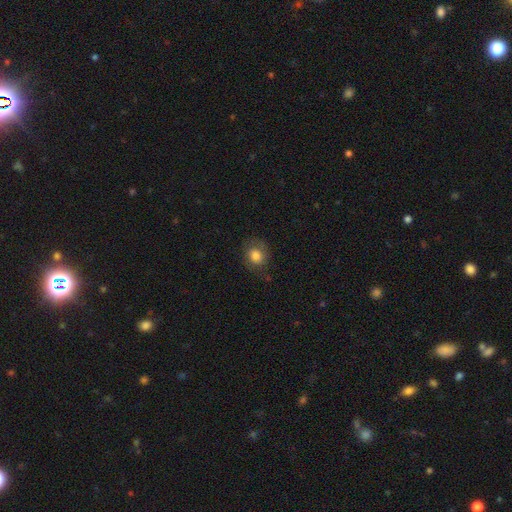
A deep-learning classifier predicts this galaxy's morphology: type=smooth (74%); roundness=round (67%); merging=none (70%).